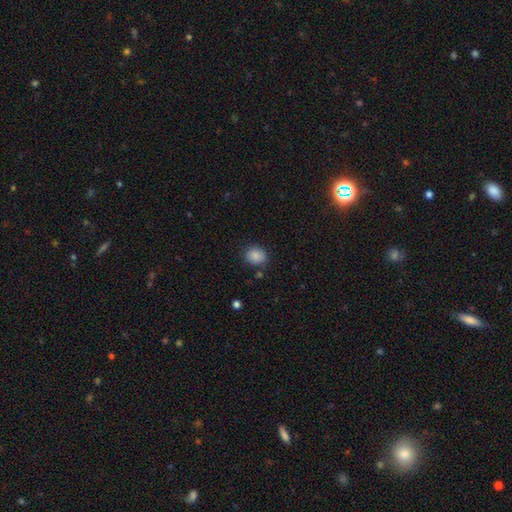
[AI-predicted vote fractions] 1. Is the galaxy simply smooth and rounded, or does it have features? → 87% smooth, 9% star or artifact, 4% featured or disk.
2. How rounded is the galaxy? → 64% round, 35% in between, 1% cigar-shaped.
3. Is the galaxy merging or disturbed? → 82% none, 12% minor disturbance, 3% major disturbance, 3% merger.